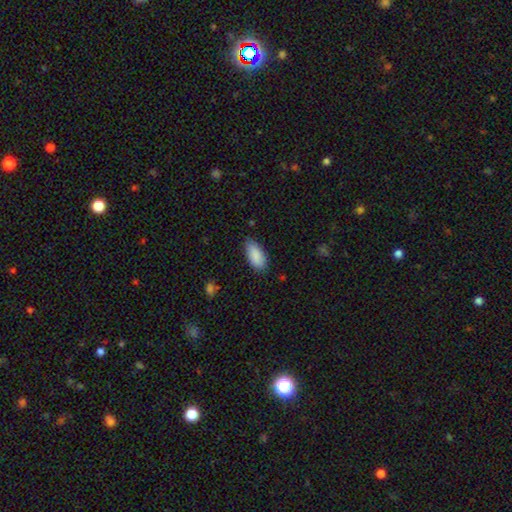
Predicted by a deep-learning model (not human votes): Q: Smooth or featured?
A: smooth (89%); runner-up: star or artifact (6%)
Q: How rounded?
A: in between (91%); runner-up: cigar-shaped (7%)
Q: Merging?
A: none (76%); runner-up: minor disturbance (20%)